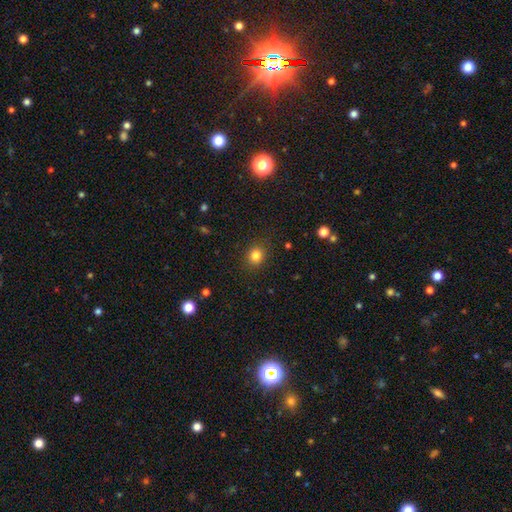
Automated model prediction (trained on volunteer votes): Smooth or featured? smooth (83%)
How rounded? round (76%)
Merging? none (87%)